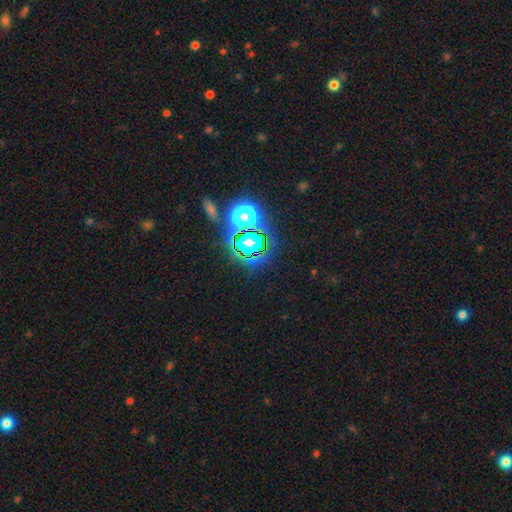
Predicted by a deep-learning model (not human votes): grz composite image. It shows a star or artifact, not a galaxy (79%).